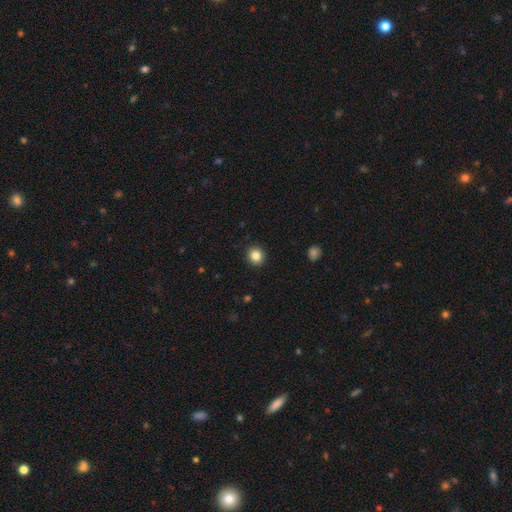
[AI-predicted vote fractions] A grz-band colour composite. It shows a smooth galaxy with no disk features (85%) that is round (85%). Merging: none (92%).